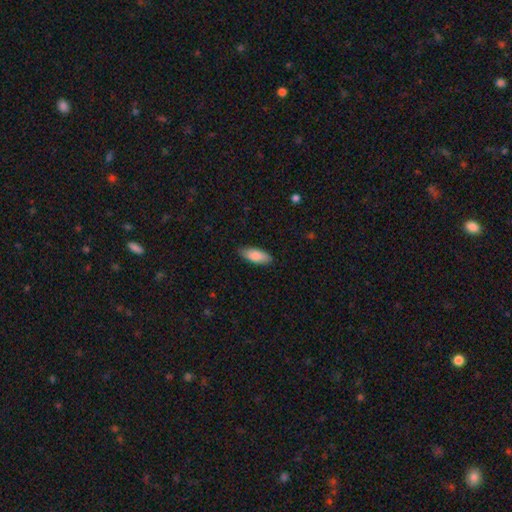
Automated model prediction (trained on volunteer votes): This appears to be a smooth galaxy with no disk features (85%) that is in between round and cigar-shaped (78%). Merging: none (86%).